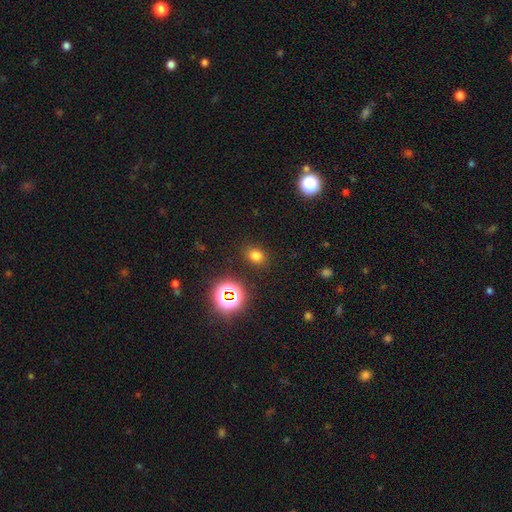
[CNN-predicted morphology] Smooth or featured?
  - smooth: 72% *
  - star or artifact: 21%
  - featured or disk: 7%
How rounded?
  - in between: 55% *
  - round: 44%
  - cigar-shaped: 1%
Merging?
  - none: 83% *
  - minor disturbance: 11%
  - major disturbance: 4%
  - merger: 2%